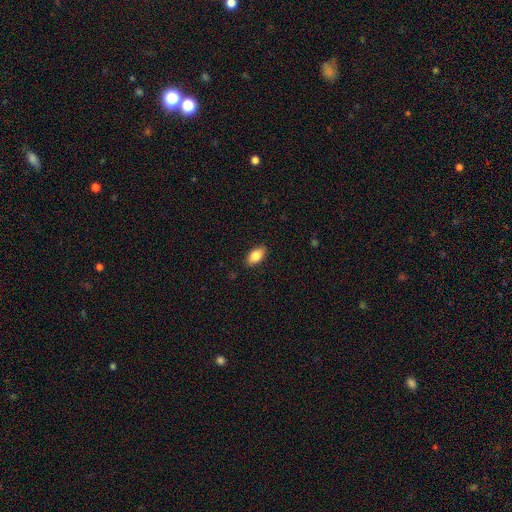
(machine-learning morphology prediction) The model was most divided on "smooth or featured": smooth: 83%, featured or disk: 10%, star or artifact: 7%. More confident: how rounded — in between (91%); merging — none (88%).